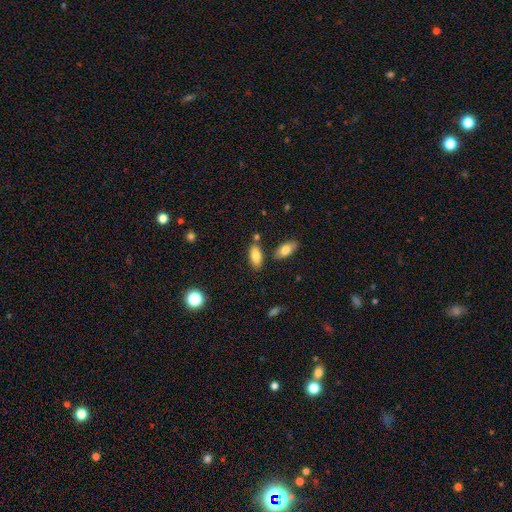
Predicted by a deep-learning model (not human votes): smooth-or-featured: smooth: 82% | featured or disk: 11% | star or artifact: 8%
  how-rounded: in between: 89% | cigar-shaped: 8% | round: 3%
  merging: none: 73% | minor disturbance: 13% | merger: 12% | major disturbance: 3%